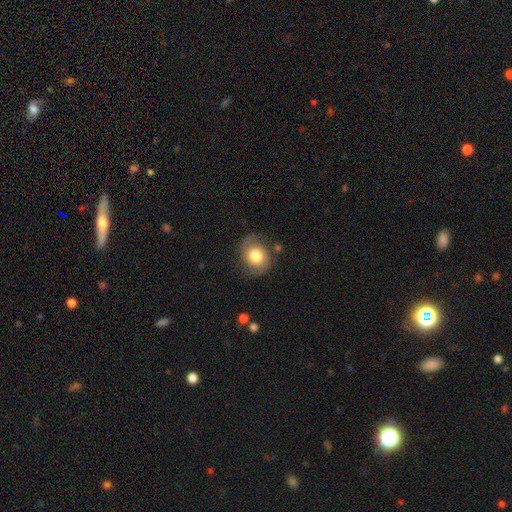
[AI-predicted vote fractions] Overall: featured or disk (56%; smooth 36%). Edge-on disk: no (97%). Bar: no (75%). Spiral arms: yes (85%). Bulge size: moderate (50%; large 39%). Merging: none (74%).